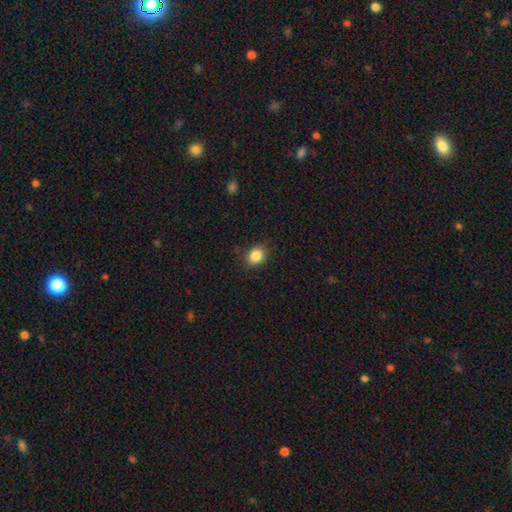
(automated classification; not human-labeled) smooth-or-featured: smooth: 86% | star or artifact: 10% | featured or disk: 4%
  how-rounded: round: 56% | in between: 43% | cigar-shaped: 1%
  merging: none: 86% | minor disturbance: 11% | major disturbance: 3% | merger: 1%